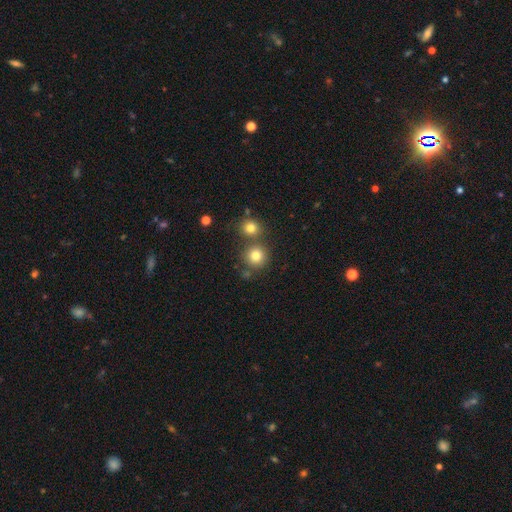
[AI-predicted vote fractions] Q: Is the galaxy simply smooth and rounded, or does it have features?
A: smooth — 80%.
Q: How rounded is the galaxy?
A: round — 92%.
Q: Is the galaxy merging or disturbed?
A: none — 71%.